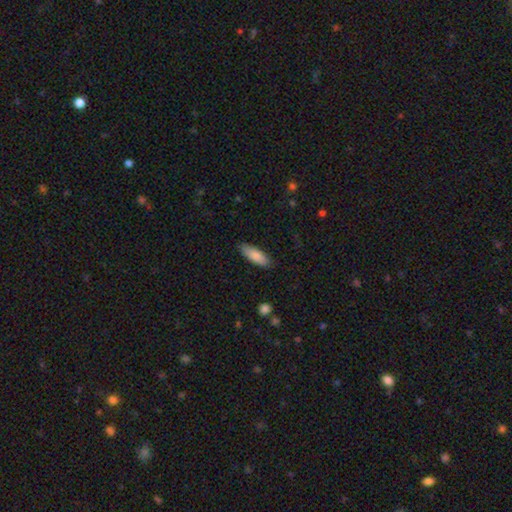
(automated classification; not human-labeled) Smooth or featured? smooth (85%)
How rounded? in between (65%)
Merging? none (83%)